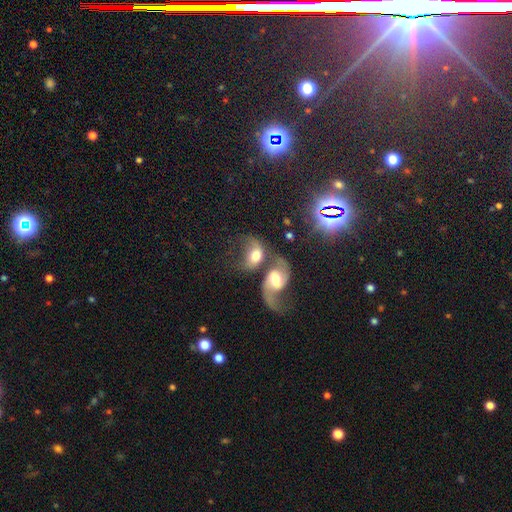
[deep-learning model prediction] Smooth or featured: featured or disk — 55% (smooth — 36%)
Edge-on disk: no — 95% (yes — 5%)
Bar: no — 51% (weak — 36%)
Spiral arms: yes — 80% (no — 20%)
Bulge size: moderate — 52% (large — 28%)
Merging: merger — 69% (none — 12%)